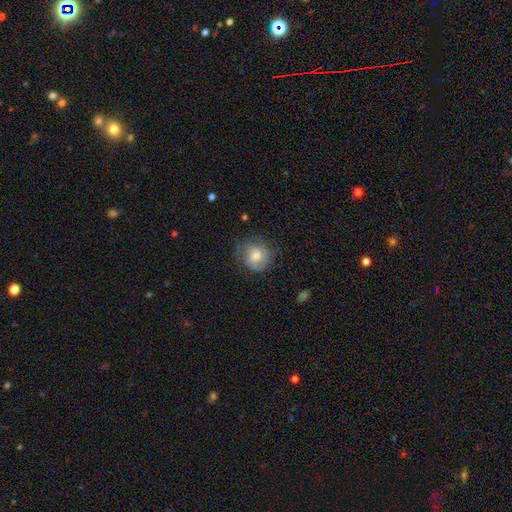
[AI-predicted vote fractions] smooth 69%, featured or disk 22%, star or artifact 8%. Down the decision tree: how rounded — round (87%); merging — none (67%).